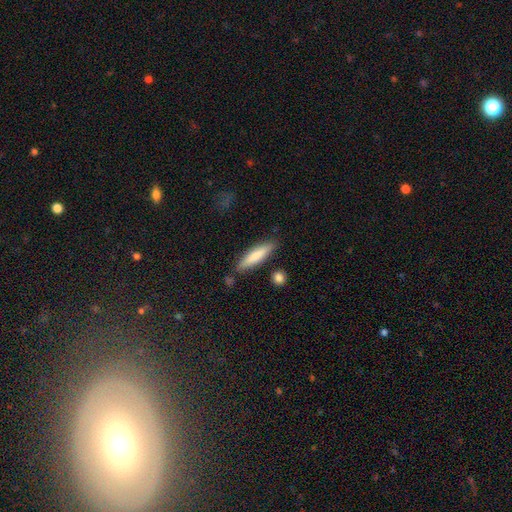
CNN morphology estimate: This is likely a smooth galaxy (77%). How rounded: clearly cigar-shaped (80%). Merging: clearly none (82%).